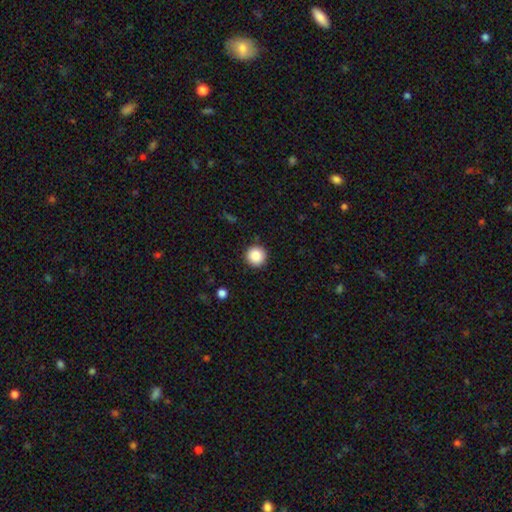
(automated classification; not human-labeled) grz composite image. It shows a smooth galaxy with no disk features (88%) that is round (96%). Merging: none (91%).